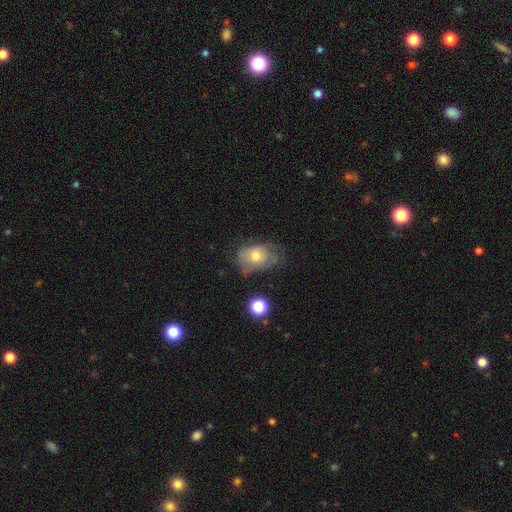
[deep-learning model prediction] Overall: smooth (51%; featured or disk 39%). How rounded: in between (74%). Merging: none (37%; minor disturbance 34%).